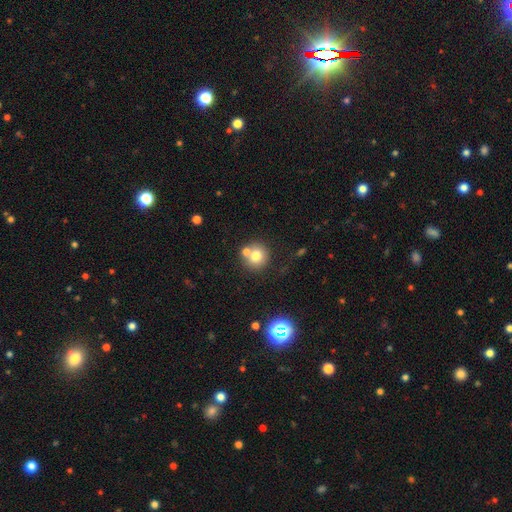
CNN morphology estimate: A smooth galaxy with no disk features (75%) that is round (91%).

Vote fractions:
- Smooth or featured? smooth: 75% / featured or disk: 13% / star or artifact: 12%
- How rounded? round: 91% / in between: 8% / cigar-shaped: 1%
- Merging? none: 61% / merger: 27% / minor disturbance: 9% / major disturbance: 3%